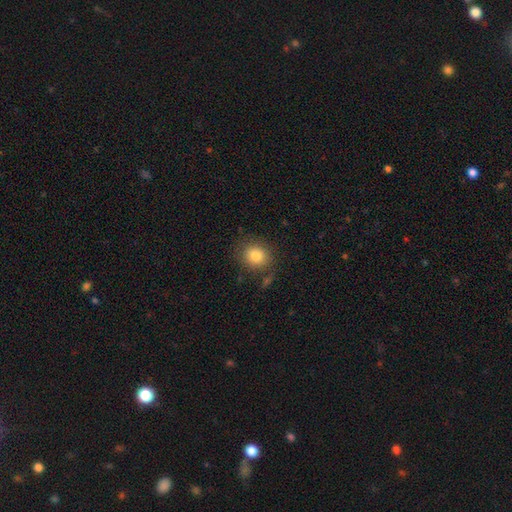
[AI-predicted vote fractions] Smooth or featured?
  - smooth: 82% *
  - star or artifact: 10%
  - featured or disk: 8%
How rounded?
  - round: 75% *
  - in between: 24%
  - cigar-shaped: 1%
Merging?
  - none: 80% *
  - minor disturbance: 12%
  - major disturbance: 4%
  - merger: 3%